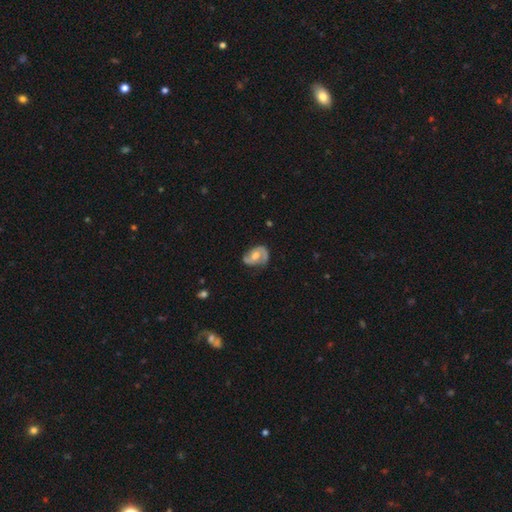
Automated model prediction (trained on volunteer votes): Smooth or featured? featured or disk (73%)
Edge-on disk? no (97%)
Bar? no (52%)
Spiral arms? yes (88%)
Spiral winding? medium (46%)
Spiral arm count? 2 (79%)
Bulge size? moderate (66%)
Merging? none (60%)